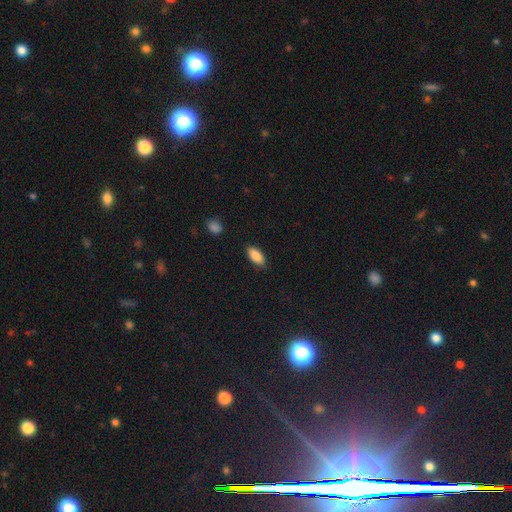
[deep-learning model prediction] This is clearly a smooth galaxy (87%). How rounded: clearly in between (90%). Merging: clearly none (85%).